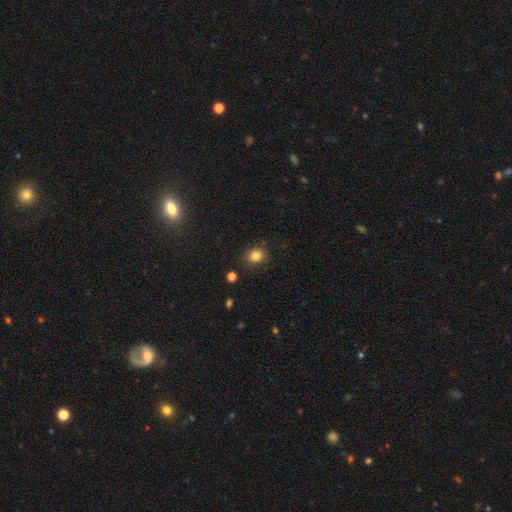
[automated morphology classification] smooth 83%, star or artifact 12%, featured or disk 5%. Down the decision tree: how rounded — round (68%); merging — none (86%).